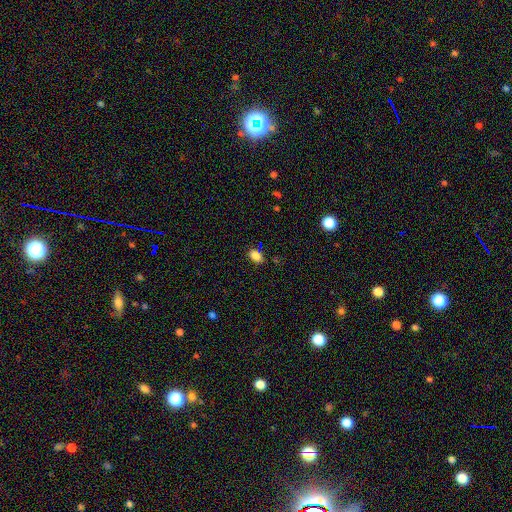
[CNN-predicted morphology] smooth 81%, star or artifact 13%, featured or disk 5%. Down the decision tree: how rounded — in between (84%); merging — none (77%).